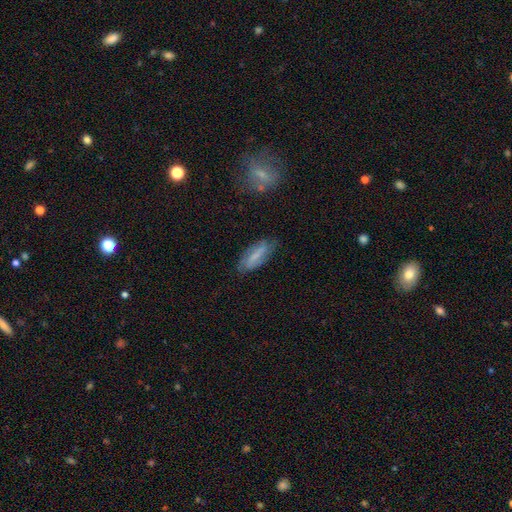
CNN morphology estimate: smooth-or-featured: smooth: 49% | featured or disk: 43% | star or artifact: 8%
  merging: none: 74% | minor disturbance: 19% | major disturbance: 5% | merger: 2%